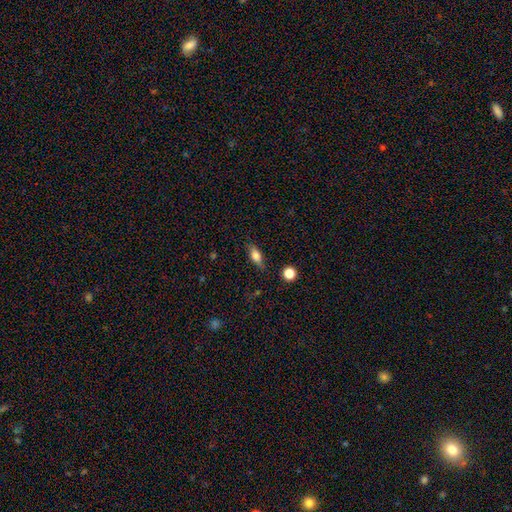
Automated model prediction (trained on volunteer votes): smooth-or-featured: smooth: 73% | featured or disk: 18% | star or artifact: 9%
  how-rounded: in between: 74% | cigar-shaped: 19% | round: 7%
  merging: none: 79% | minor disturbance: 15% | major disturbance: 4% | merger: 2%